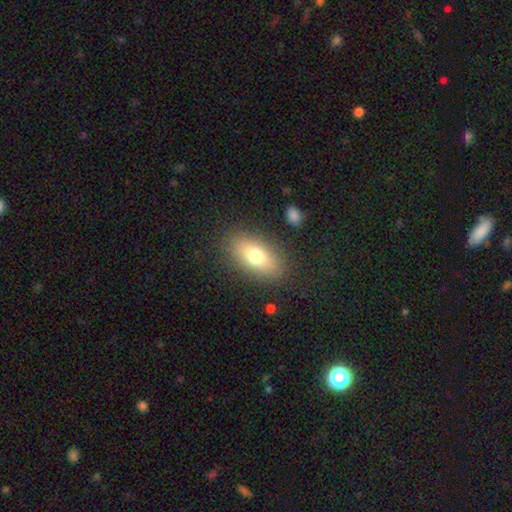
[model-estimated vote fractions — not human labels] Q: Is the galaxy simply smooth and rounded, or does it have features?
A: smooth — 74%.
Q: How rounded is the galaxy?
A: in between — 87%.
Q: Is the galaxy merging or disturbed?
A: none — 85%.